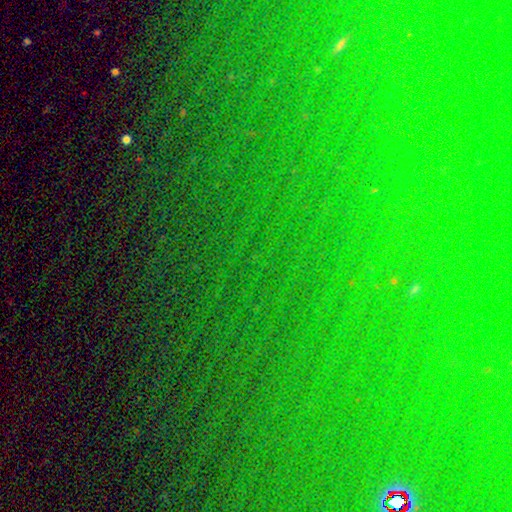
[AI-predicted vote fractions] star or artifact 80%, smooth 11%, featured or disk 9%.